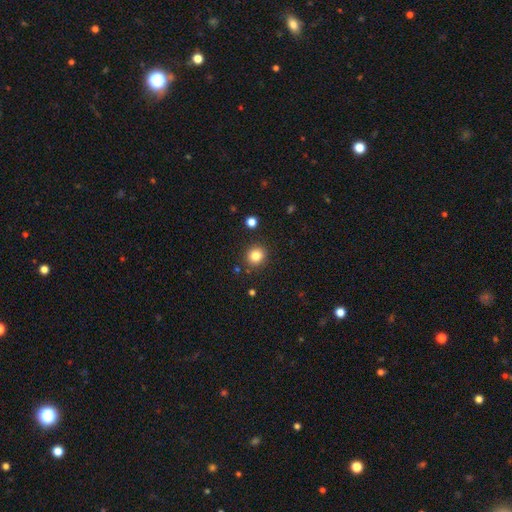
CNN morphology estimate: type=smooth (82%); roundness=round (88%); merging=none (89%).